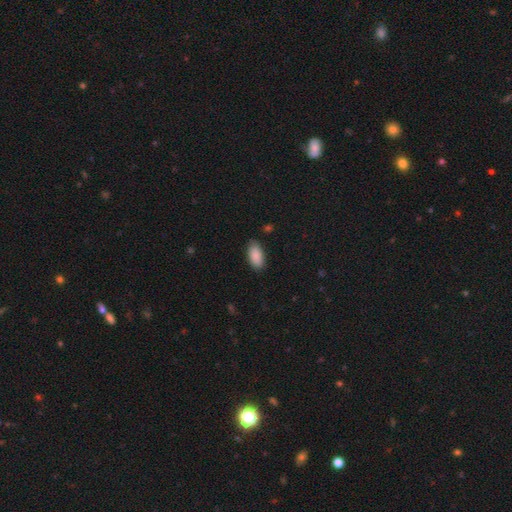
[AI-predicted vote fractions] smooth 89%, star or artifact 6%, featured or disk 5%. Down the decision tree: how rounded — in between (94%); merging — none (84%).